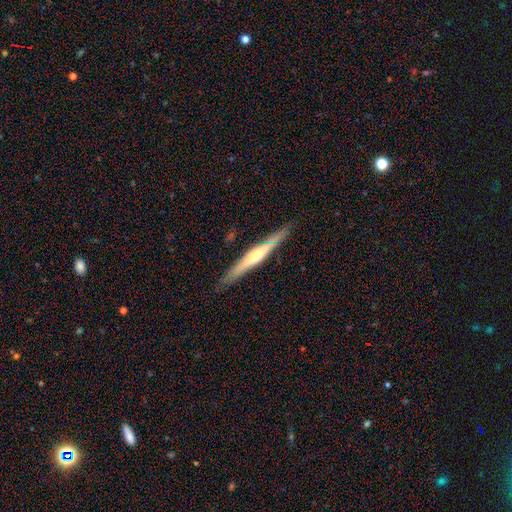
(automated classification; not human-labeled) This is likely a featured or disk galaxy (66%). It is clearly viewed edge-on (96%). Edge-on bulge: likely rounded (76%). Merging: clearly none (89%).